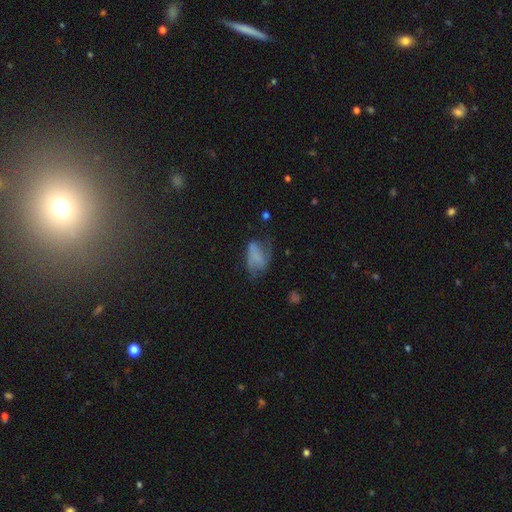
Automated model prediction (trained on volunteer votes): Overall: smooth (51%; featured or disk 35%). How rounded: in between (88%). Merging: none (35%; major disturbance 32%).